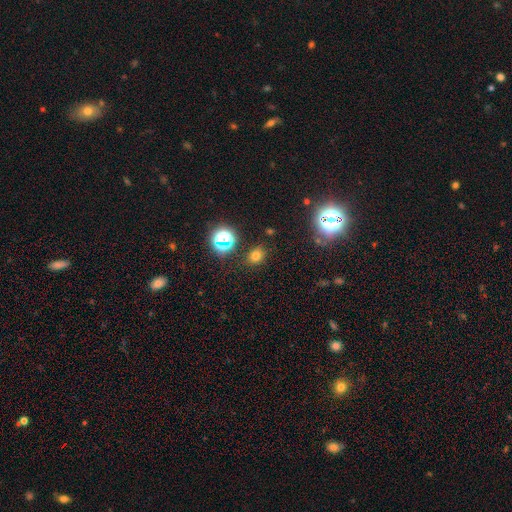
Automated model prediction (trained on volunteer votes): Smooth or featured?
  - smooth: 69% *
  - star or artifact: 24%
  - featured or disk: 8%
How rounded?
  - round: 52% *
  - in between: 47%
  - cigar-shaped: 1%
Merging?
  - none: 83% *
  - minor disturbance: 11%
  - major disturbance: 4%
  - merger: 3%